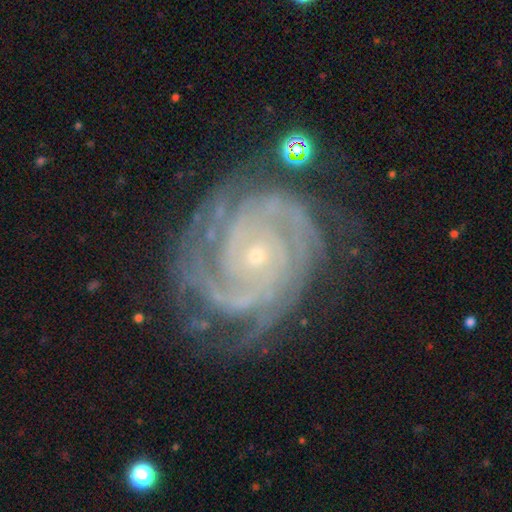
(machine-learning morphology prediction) Overall: featured or disk (92%). Edge-on disk: no (98%). Bar: no (75%). Spiral arms: yes (99%). Spiral arm count: 3 (26%; 2 24%). Spiral winding: tight (81%). Bulge size: small (84%). Merging: none (72%).